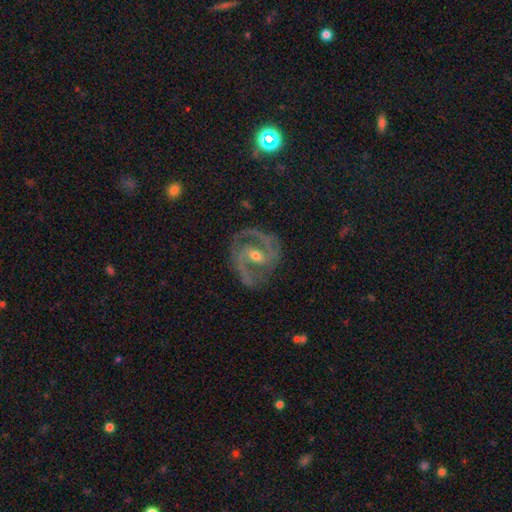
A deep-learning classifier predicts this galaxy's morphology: This appears to be a featured or disk galaxy (90%) with a weak bar (47%), 2 (84%) medium (54%) spiral arms (96%) and a moderate central bulge (52%). Merging: none (77%).